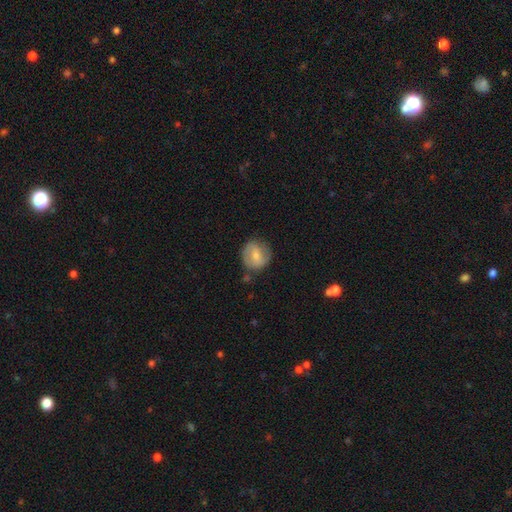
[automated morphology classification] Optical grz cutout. It shows a smooth galaxy with no disk features (61%) that is round (80%). Merging: none (71%).